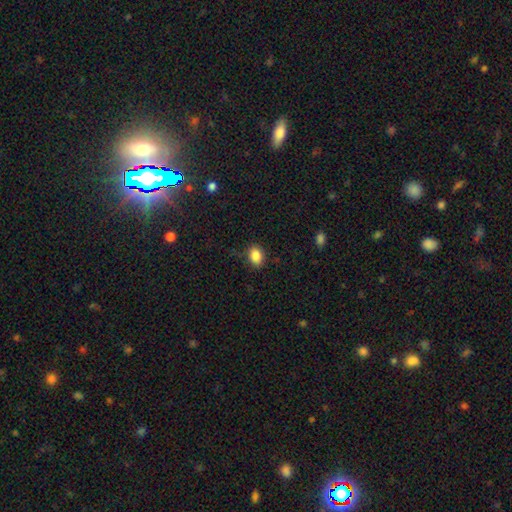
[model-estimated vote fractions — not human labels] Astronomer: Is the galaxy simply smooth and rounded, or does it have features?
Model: smooth — 87%.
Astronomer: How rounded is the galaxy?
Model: in between — 69%.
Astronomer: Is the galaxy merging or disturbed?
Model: none — 83%.